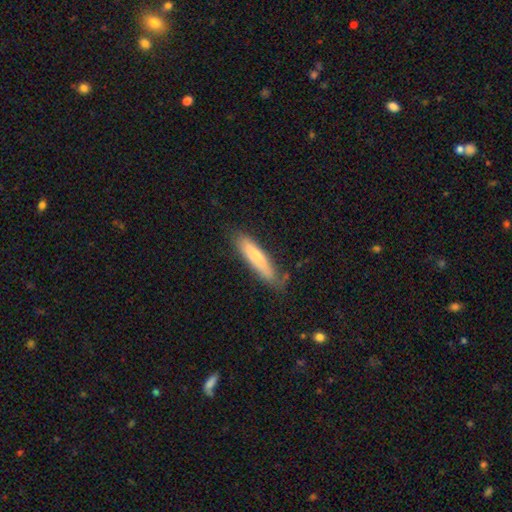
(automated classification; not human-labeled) Q: Smooth or featured?
A: smooth (72%); runner-up: featured or disk (22%)
Q: How rounded?
A: cigar-shaped (82%); runner-up: in between (17%)
Q: Merging?
A: none (72%); runner-up: minor disturbance (22%)